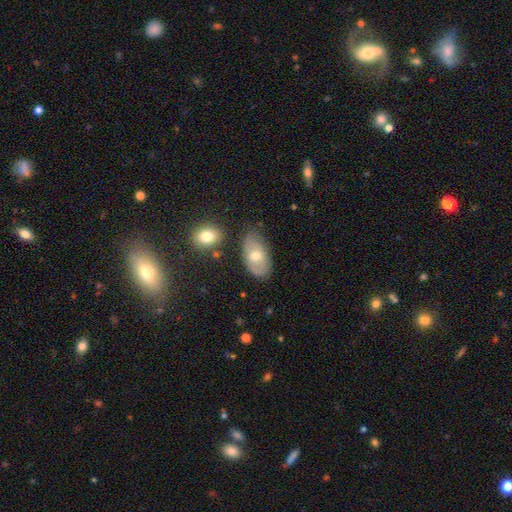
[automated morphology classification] smooth-or-featured: smooth: 57% | featured or disk: 35% | star or artifact: 9%
  how-rounded: in between: 92% | round: 6% | cigar-shaped: 2%
  merging: none: 66% | minor disturbance: 23% | major disturbance: 6% | merger: 5%